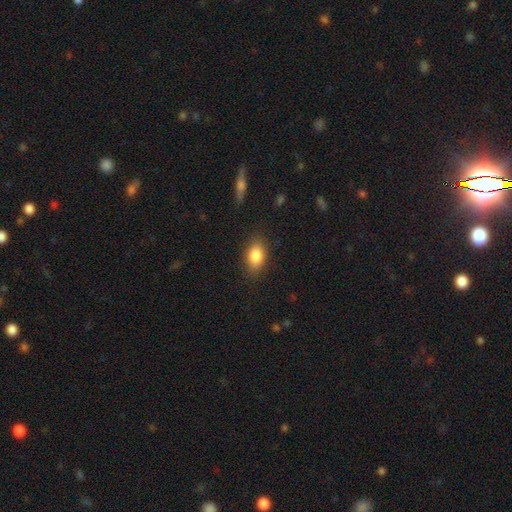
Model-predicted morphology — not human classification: smooth_or_featured: smooth (p=0.85) [alt: star or artifact p=0.08]
how_rounded: in between (p=0.84) [alt: round p=0.13]
merging: none (p=0.83) [alt: minor disturbance p=0.12]